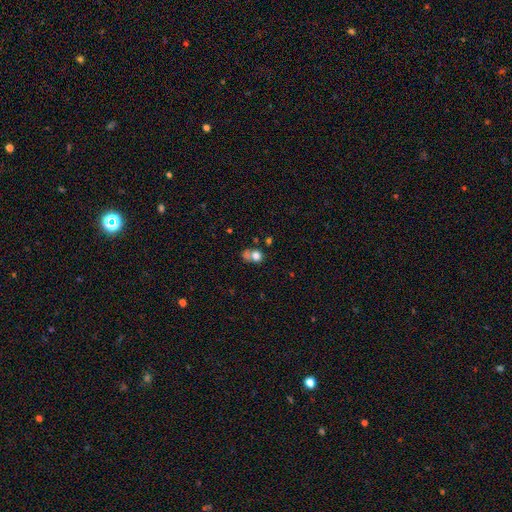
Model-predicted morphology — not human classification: Smooth or featured: smooth — 73% (featured or disk — 14%)
How rounded: round — 63% (in between — 36%)
Merging: none — 35% (merger — 33%)